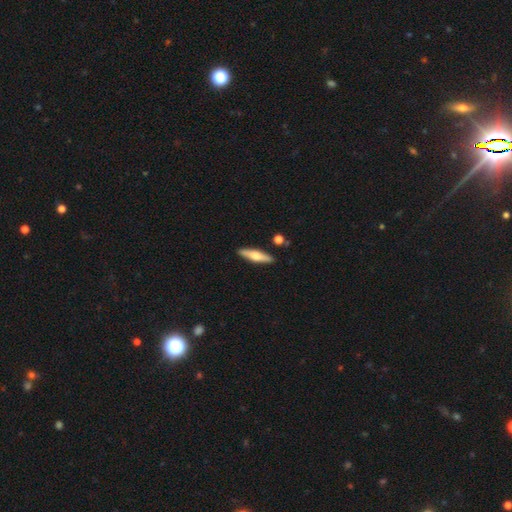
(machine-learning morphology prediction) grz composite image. It shows a featured or disk galaxy (48%). Merging: none (88%).